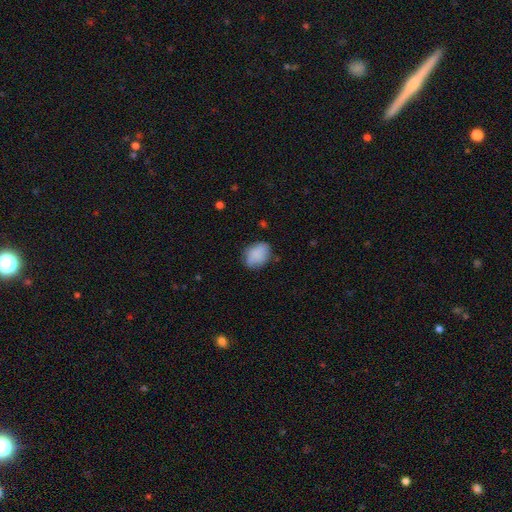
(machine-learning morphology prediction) A smooth galaxy with no disk features (84%) that is in between round and cigar-shaped (70%).

Vote fractions:
- Smooth or featured? smooth: 84% / featured or disk: 9% / star or artifact: 8%
- How rounded? in between: 70% / round: 29% / cigar-shaped: 1%
- Merging? none: 66% / minor disturbance: 25% / major disturbance: 6% / merger: 2%